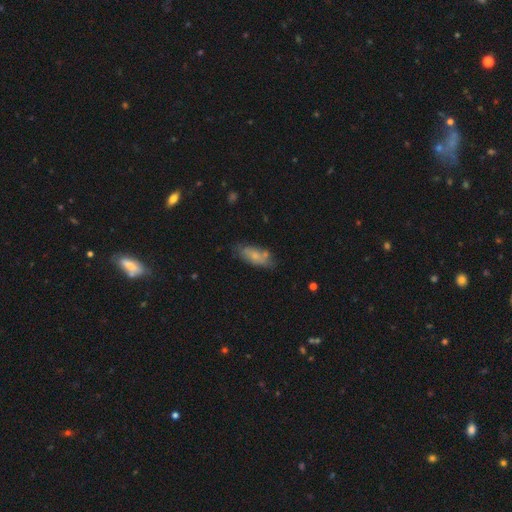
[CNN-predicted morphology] smooth_or_featured: smooth (p=0.66) [alt: featured or disk p=0.27]
how_rounded: in between (p=0.79) [alt: cigar-shaped p=0.18]
merging: none (p=0.58) [alt: minor disturbance p=0.24]